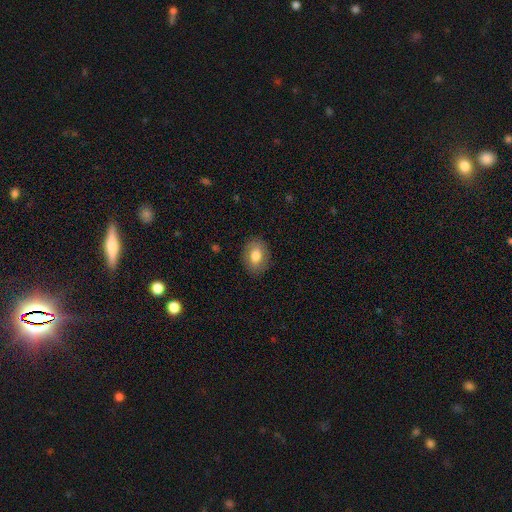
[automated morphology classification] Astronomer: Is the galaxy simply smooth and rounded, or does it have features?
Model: smooth — 77%.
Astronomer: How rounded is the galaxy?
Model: in between — 71%.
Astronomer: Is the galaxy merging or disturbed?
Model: none — 87%.